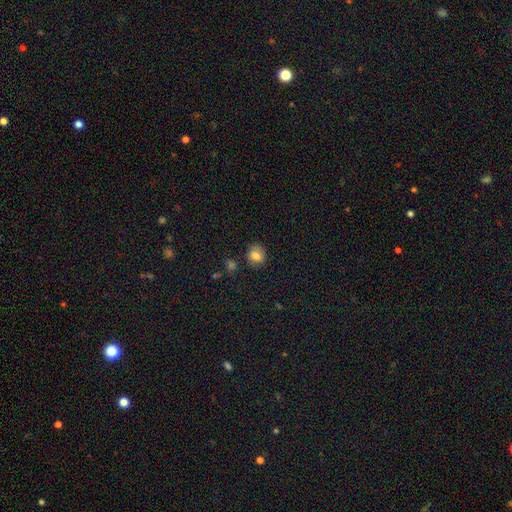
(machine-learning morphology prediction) A smooth galaxy with no disk features (82%) that is round (65%). Merging: none (76%).